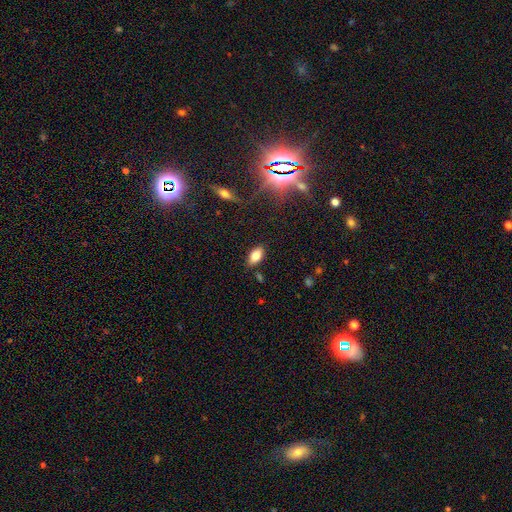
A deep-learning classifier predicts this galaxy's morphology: smooth 80%, featured or disk 11%, star or artifact 10%. Down the decision tree: how rounded — in between (91%); merging — none (85%).